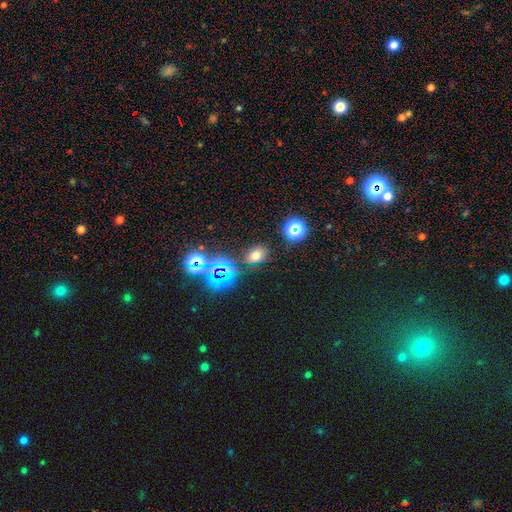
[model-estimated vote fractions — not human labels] Q: Smooth or featured?
A: smooth (60%); runner-up: star or artifact (31%)
Q: How rounded?
A: in between (61%); runner-up: round (38%)
Q: Merging?
A: none (80%); runner-up: minor disturbance (11%)